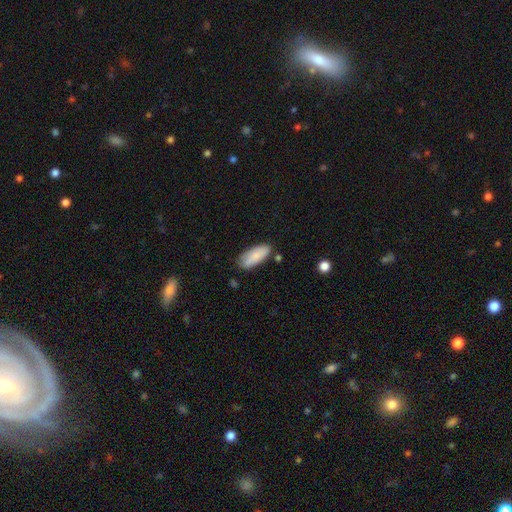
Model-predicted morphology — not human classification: This appears to be a smooth galaxy with no disk features (86%) that is in between round and cigar-shaped (79%). Merging: none (76%).